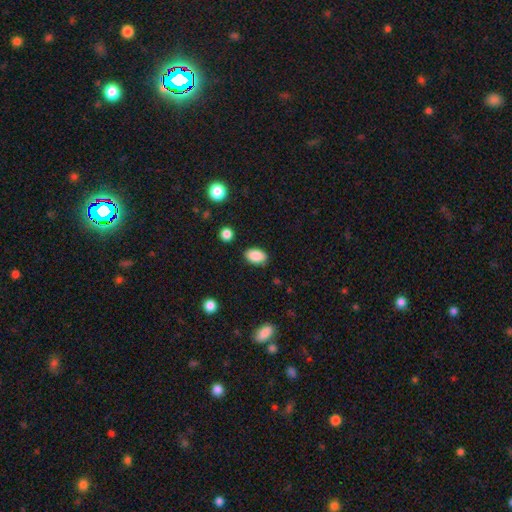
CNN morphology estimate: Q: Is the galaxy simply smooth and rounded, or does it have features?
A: smooth — 89%.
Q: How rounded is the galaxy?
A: in between — 90%.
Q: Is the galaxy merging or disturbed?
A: none — 86%.